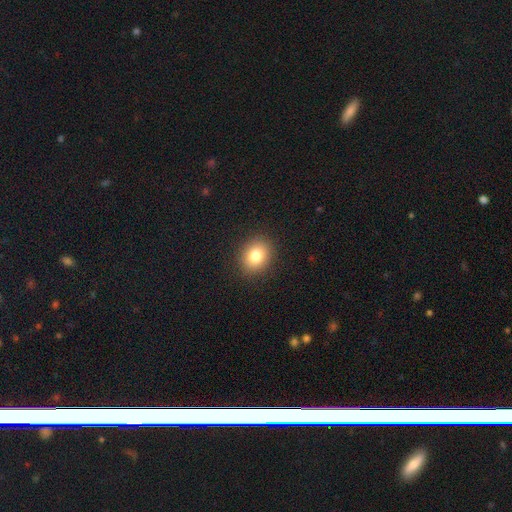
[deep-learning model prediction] Q: Smooth or featured?
A: smooth (80%); runner-up: star or artifact (11%)
Q: How rounded?
A: round (58%); runner-up: in between (41%)
Q: Merging?
A: none (90%); runner-up: minor disturbance (7%)